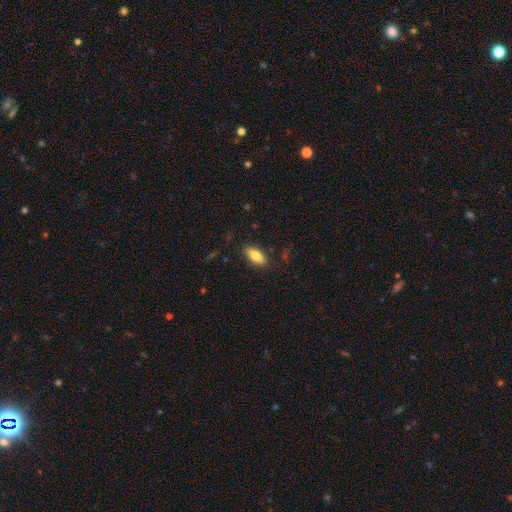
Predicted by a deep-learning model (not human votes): Morphology: type=smooth (81%); roundness=in between (86%); merging=none (85%).